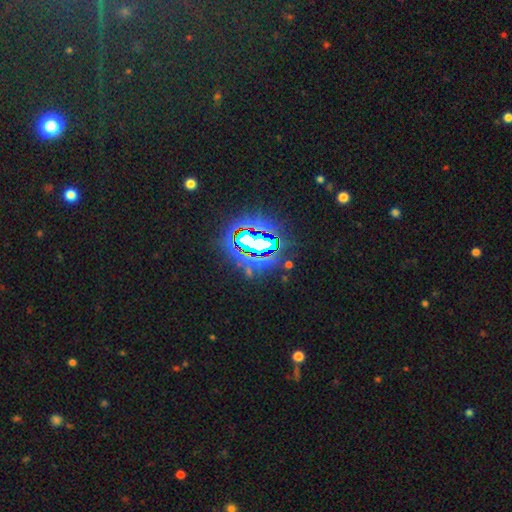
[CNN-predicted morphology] Smooth or featured: star or artifact — 80% (smooth — 11%)